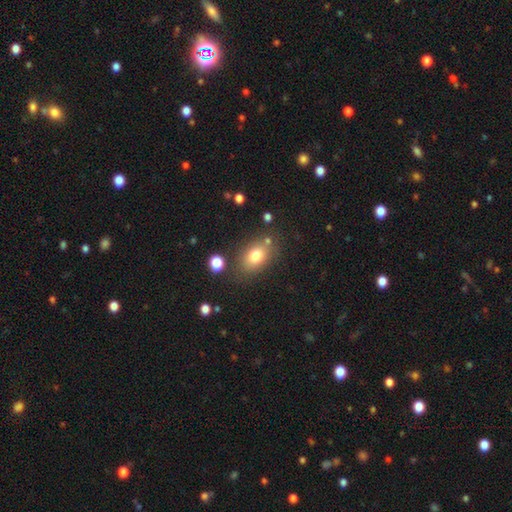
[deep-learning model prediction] Morphology: type=smooth (77%); roundness=in between (77%); merging=none (74%).